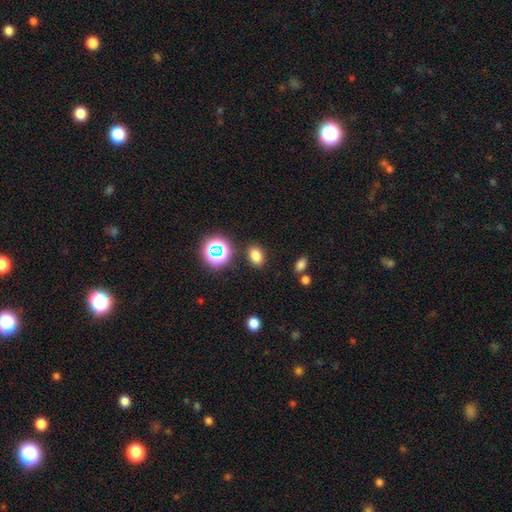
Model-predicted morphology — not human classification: The model was most divided on "how rounded": in between: 76%, round: 23%, cigar-shaped: 2%. More confident: merging — none (85%); smooth or featured — smooth (77%).